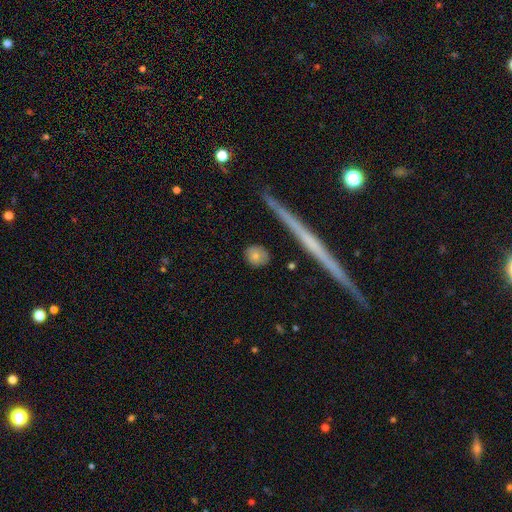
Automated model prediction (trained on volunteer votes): smooth_or_featured: smooth (p=0.79) [alt: featured or disk p=0.13]
how_rounded: round (p=0.85) [alt: in between p=0.11]
merging: none (p=0.86) [alt: minor disturbance p=0.09]